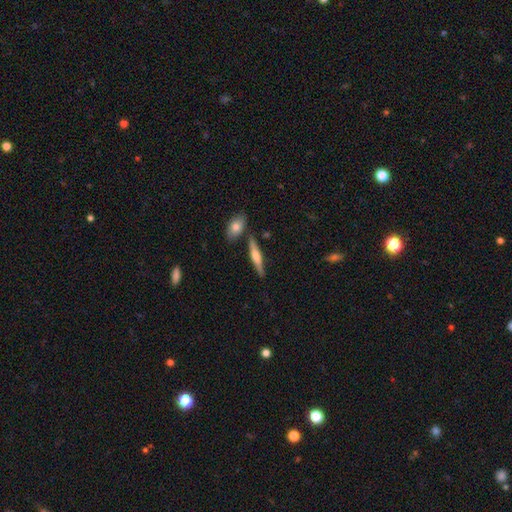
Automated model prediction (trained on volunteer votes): featured or disk 53%, smooth 40%, star or artifact 6%. Down the decision tree: edge-on disk — yes (96%); edge-on bulge — rounded (66%); merging — none (81%).